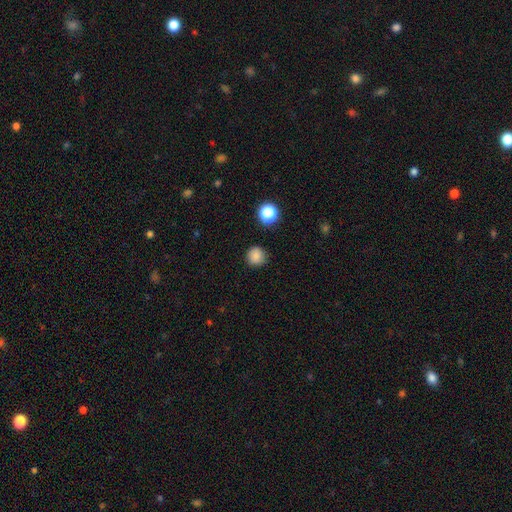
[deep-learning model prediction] This appears to be a smooth galaxy with no disk features (84%) that is round (94%). Merging: none (88%).